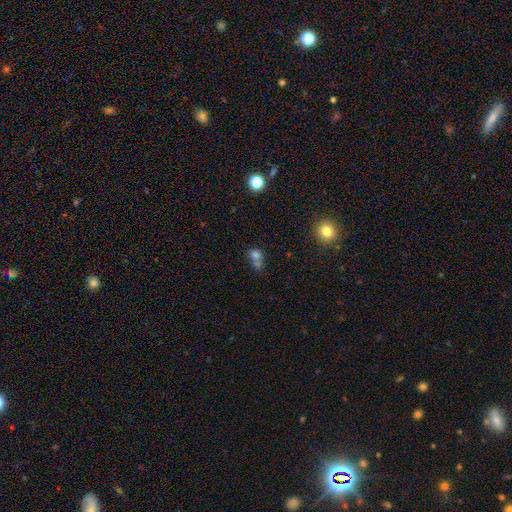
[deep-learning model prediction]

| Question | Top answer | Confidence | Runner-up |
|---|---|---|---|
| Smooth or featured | smooth | 70% | star or artifact (17%) |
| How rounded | round | 60% | in between (38%) |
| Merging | merger | 48% | none (32%) |